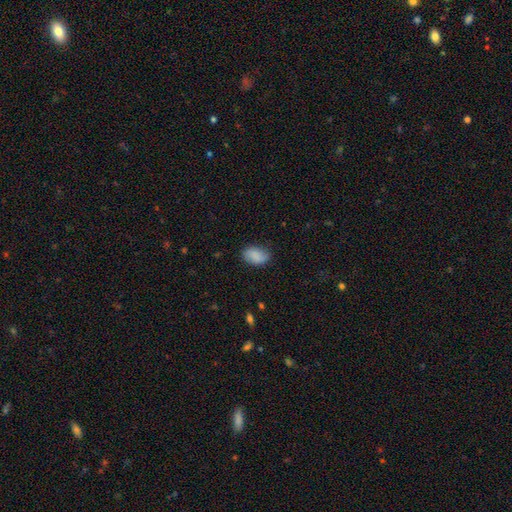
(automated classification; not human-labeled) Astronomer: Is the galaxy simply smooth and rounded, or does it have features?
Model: smooth — 85%.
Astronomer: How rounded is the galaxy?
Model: in between — 88%.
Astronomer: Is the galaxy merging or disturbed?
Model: none — 79%.